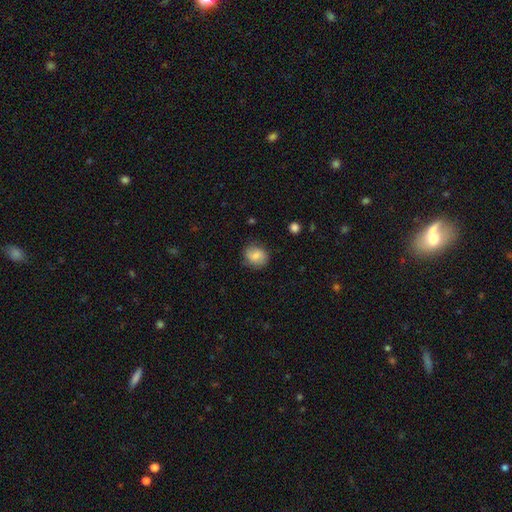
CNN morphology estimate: The model was most divided on "how rounded": round: 71%, in between: 28%, cigar-shaped: 1%. More confident: merging — none (79%); smooth or featured — smooth (77%).